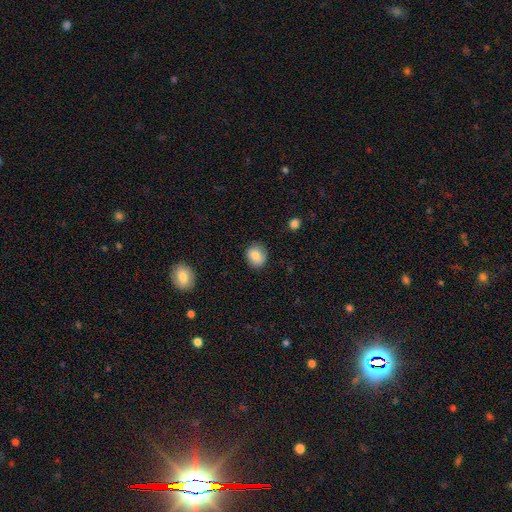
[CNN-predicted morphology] Smooth or featured?
  - smooth: 82% *
  - featured or disk: 9%
  - star or artifact: 8%
How rounded?
  - round: 69% *
  - in between: 30%
  - cigar-shaped: 1%
Merging?
  - none: 83% *
  - minor disturbance: 13%
  - major disturbance: 3%
  - merger: 1%